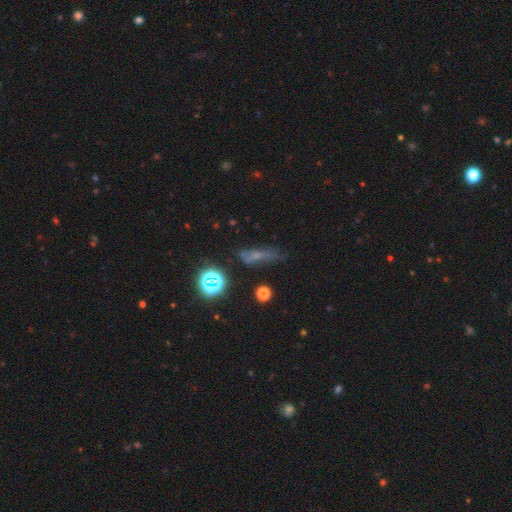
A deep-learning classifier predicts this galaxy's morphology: smooth 45%, featured or disk 28%, star or artifact 27%. Down the decision tree: merging — none (56%).